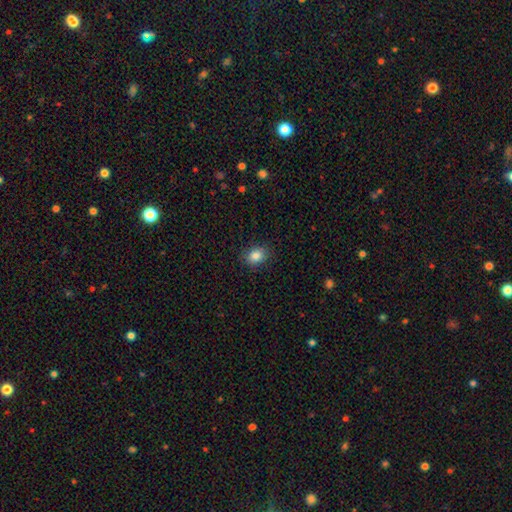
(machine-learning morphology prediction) Overall: smooth (86%). How rounded: in between (55%; round 44%). Merging: none (86%).